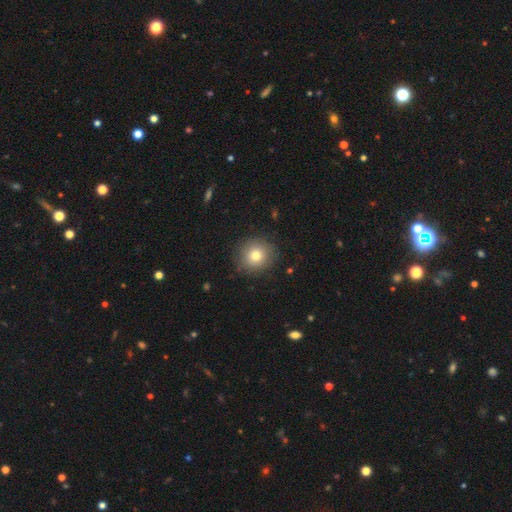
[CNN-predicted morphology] The model was most divided on "smooth or featured": smooth: 77%, featured or disk: 12%, star or artifact: 11%. More confident: how rounded — round (90%); merging — none (88%).